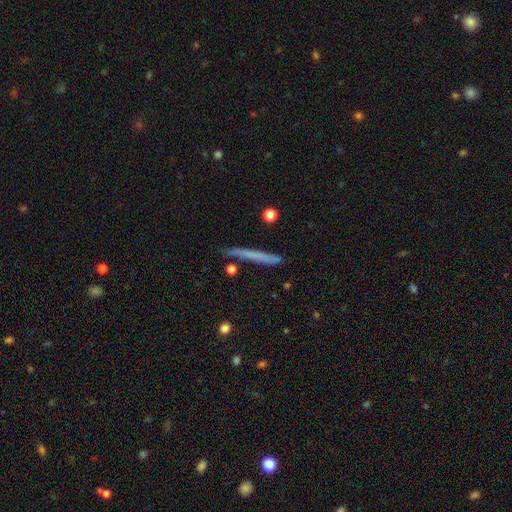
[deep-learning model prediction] Smooth or featured? Predicted: smooth (p=0.59). How rounded? Predicted: cigar-shaped (p=0.96). Merging? Predicted: none (p=0.87).